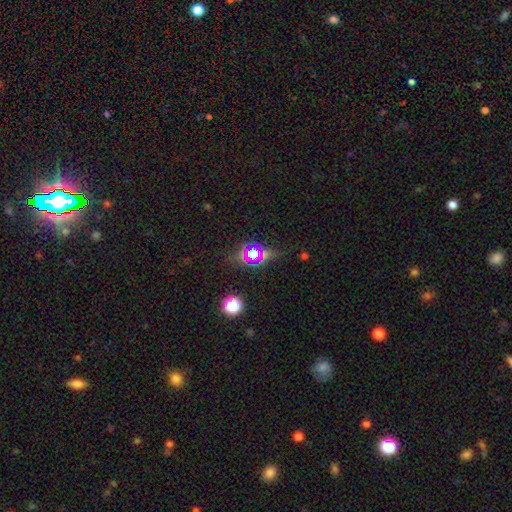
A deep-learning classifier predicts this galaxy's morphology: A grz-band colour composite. It shows a star or artifact, not a galaxy (62%).